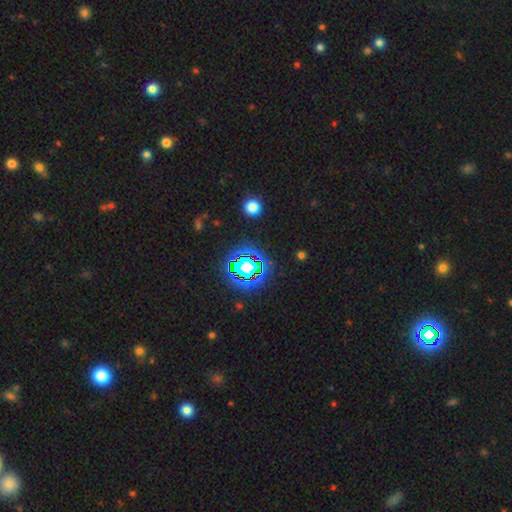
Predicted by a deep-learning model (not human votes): Smooth or featured? Predicted: star or artifact (p=0.75).